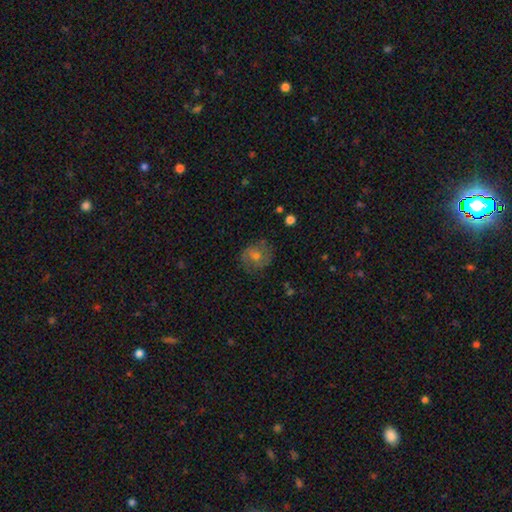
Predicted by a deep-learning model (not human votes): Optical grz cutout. It shows a featured or disk galaxy (47%). Merging: none (75%).